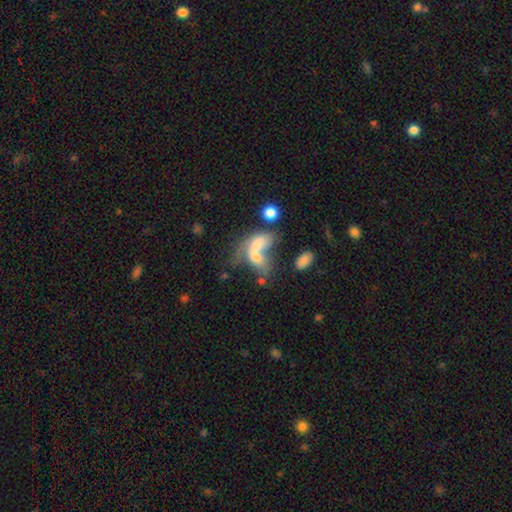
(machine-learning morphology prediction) type=smooth (58%); roundness=in between (81%); merging=merger (66%).